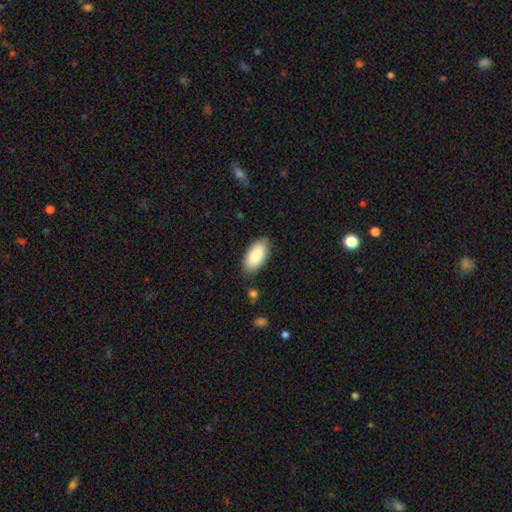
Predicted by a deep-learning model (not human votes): A smooth galaxy with no disk features (86%) that is in between round and cigar-shaped (94%).

Vote fractions:
- Smooth or featured? smooth: 86% / featured or disk: 8% / star or artifact: 6%
- How rounded? in between: 94% / cigar-shaped: 4% / round: 2%
- Merging? none: 85% / minor disturbance: 11% / major disturbance: 2% / merger: 2%